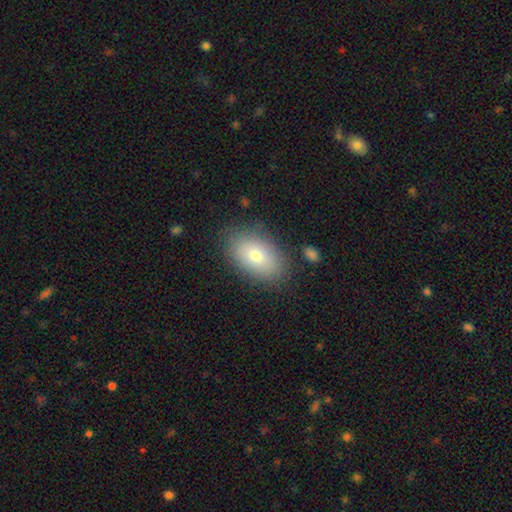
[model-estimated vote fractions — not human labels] Morphology: type=smooth (77%); roundness=in between (91%); merging=none (83%).